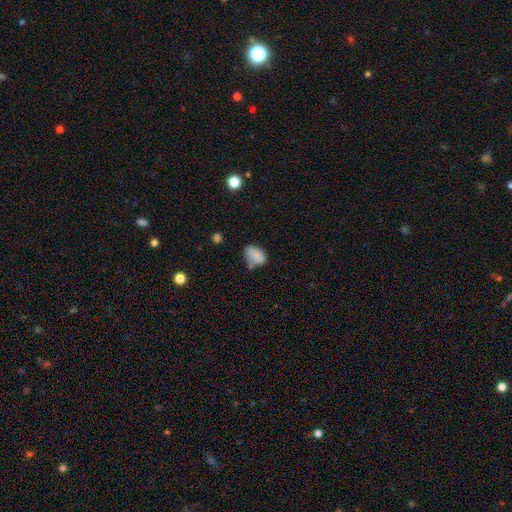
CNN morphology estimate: smooth_or_featured: smooth (p=0.80) [alt: featured or disk p=0.10]
how_rounded: in between (p=0.85) [alt: round p=0.14]
merging: none (p=0.46) [alt: minor disturbance p=0.30]